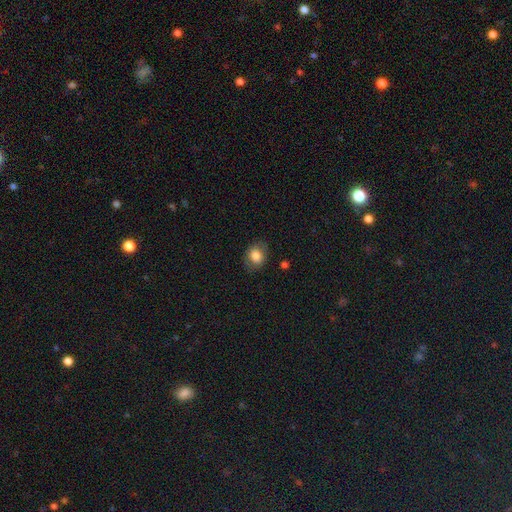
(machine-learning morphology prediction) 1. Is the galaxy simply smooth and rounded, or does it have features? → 79% smooth, 13% featured or disk, 8% star or artifact.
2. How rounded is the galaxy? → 52% round, 47% in between, 1% cigar-shaped.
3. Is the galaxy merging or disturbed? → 78% none, 15% minor disturbance, 5% major disturbance, 1% merger.